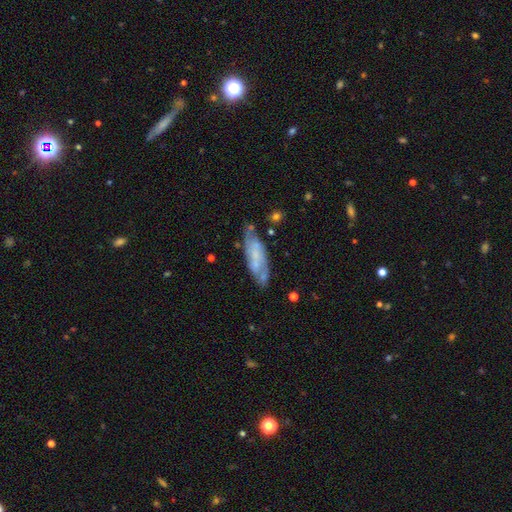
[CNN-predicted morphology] Smooth or featured?
  - featured or disk: 59% *
  - smooth: 34%
  - star or artifact: 7%
Edge-on disk?
  - no: 77% *
  - yes: 23%
Merging?
  - none: 63% *
  - minor disturbance: 24%
  - major disturbance: 8%
  - merger: 5%